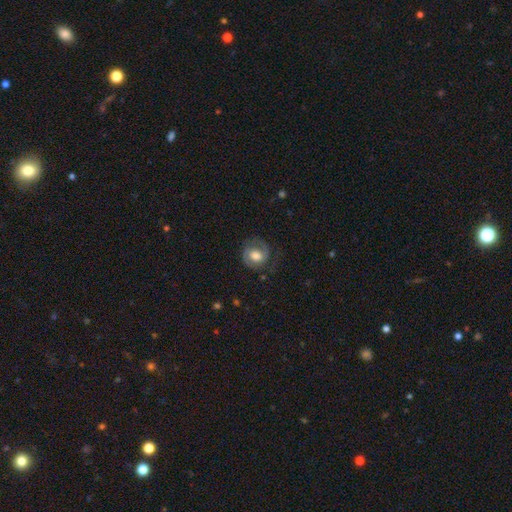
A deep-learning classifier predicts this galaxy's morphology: Overall: featured or disk (59%; smooth 34%). Edge-on disk: no (97%). Bar: no (54%; weak 36%). Spiral arms: yes (85%). Bulge size: moderate (47%; large 37%). Merging: none (69%).